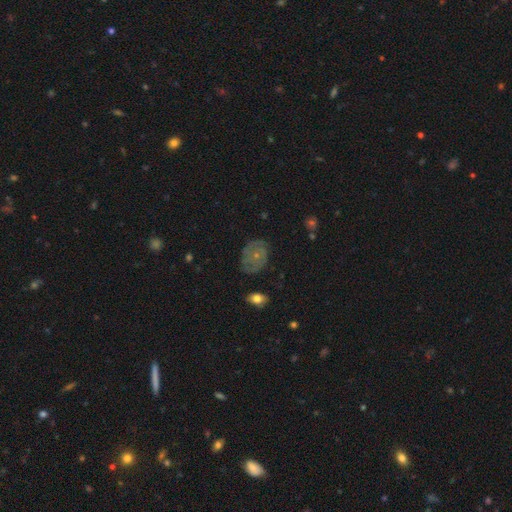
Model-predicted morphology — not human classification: This is likely a featured or disk galaxy (61%). It is clearly not viewed edge-on (97%). Bar: clearly no (85%). Spiral arm pattern: likely yes (79%). Central bulge: likely small (74%). Merging: likely none (72%).